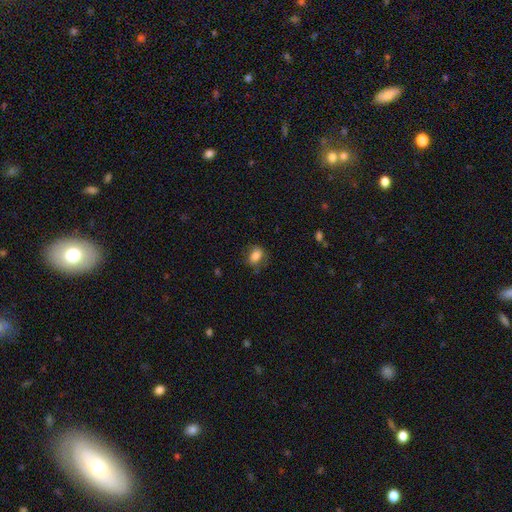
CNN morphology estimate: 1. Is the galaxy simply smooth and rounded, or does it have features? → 77% smooth, 14% featured or disk, 9% star or artifact.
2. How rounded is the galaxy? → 70% in between, 28% round, 2% cigar-shaped.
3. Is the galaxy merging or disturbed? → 72% none, 20% minor disturbance, 7% major disturbance, 1% merger.